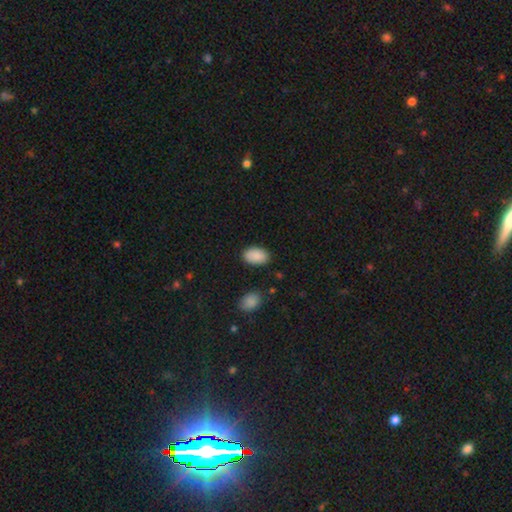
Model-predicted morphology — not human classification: Overall: smooth (90%). How rounded: in between (92%). Merging: none (85%).